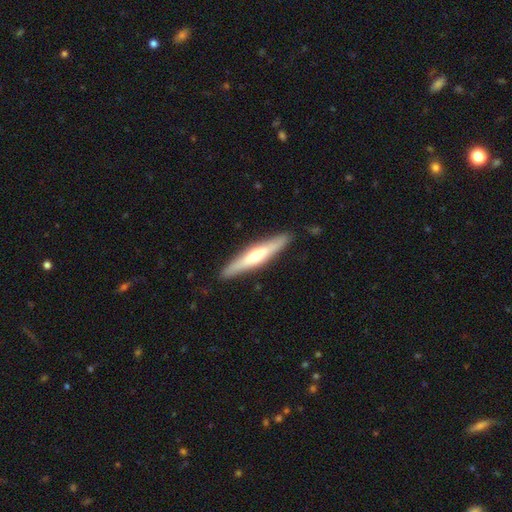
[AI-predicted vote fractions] Morphology: type=featured or disk (55%); edge-on=yes (93%); edge-on bulge=rounded (79%); merging=none (89%).